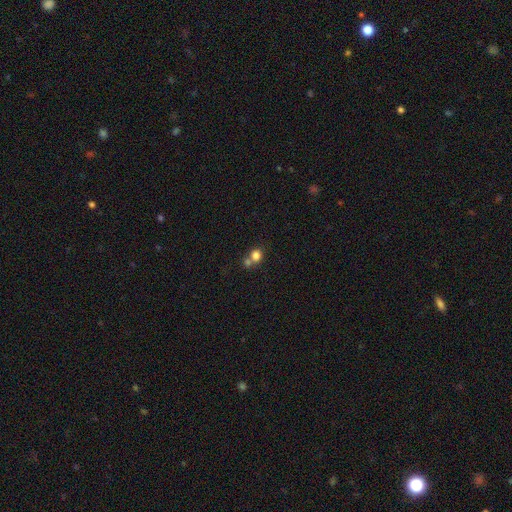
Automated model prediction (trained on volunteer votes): Smooth or featured? smooth (79%)
How rounded? round (80%)
Merging? merger (47%)